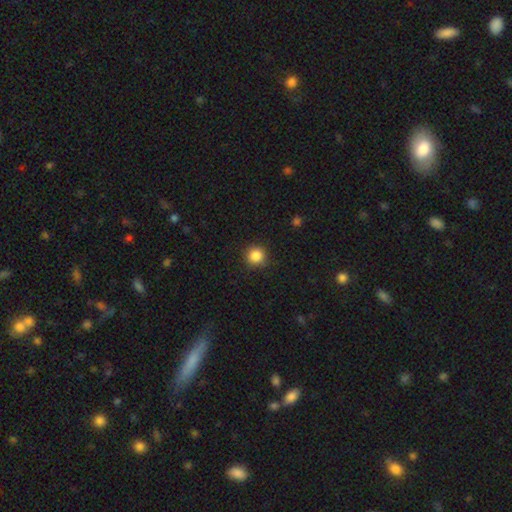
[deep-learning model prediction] A smooth galaxy with no disk features (86%) that is round (93%). Merging: none (88%).